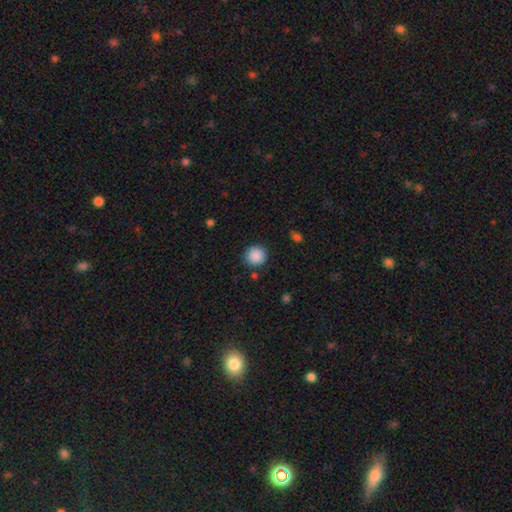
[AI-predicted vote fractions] smooth_or_featured: smooth (p=0.88) [alt: star or artifact p=0.09]
how_rounded: round (p=0.93) [alt: in between p=0.06]
merging: none (p=0.86) [alt: minor disturbance p=0.09]